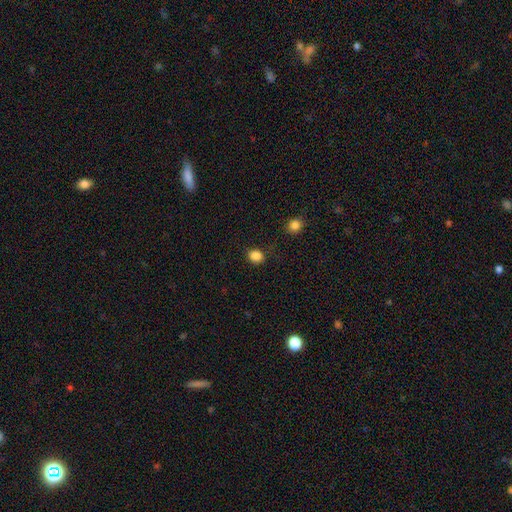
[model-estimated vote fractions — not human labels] smooth_or_featured: smooth (p=0.85) [alt: star or artifact p=0.12]
how_rounded: round (p=0.68) [alt: in between p=0.31]
merging: none (p=0.80) [alt: minor disturbance p=0.14]